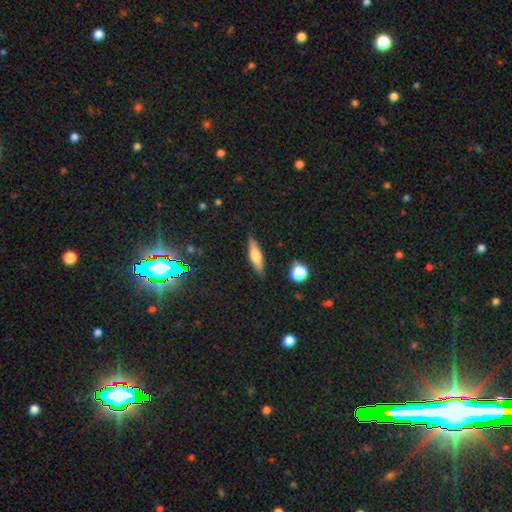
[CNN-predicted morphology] smooth 58%, featured or disk 34%, star or artifact 8%. Down the decision tree: how rounded — cigar-shaped (64%); merging — none (86%).